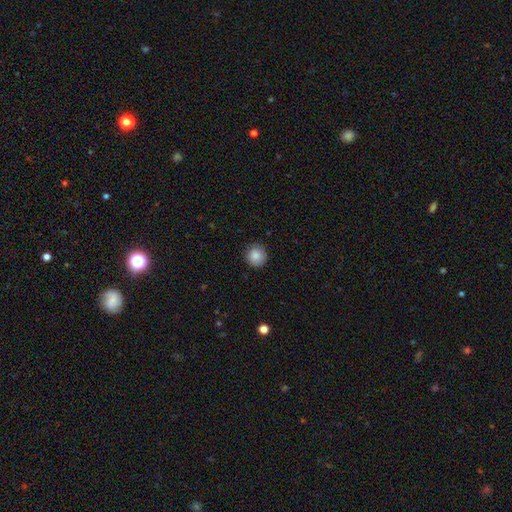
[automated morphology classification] Smooth or featured? smooth (86%)
How rounded? round (93%)
Merging? none (89%)